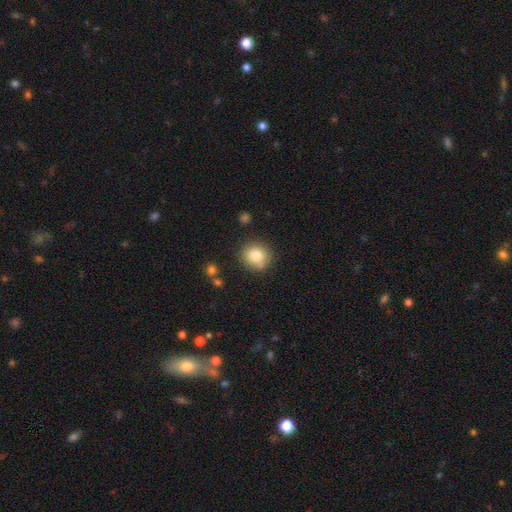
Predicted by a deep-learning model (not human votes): smooth_or_featured: smooth (p=0.80) [alt: star or artifact p=0.10]
how_rounded: round (p=0.90) [alt: in between p=0.09]
merging: none (p=0.84) [alt: minor disturbance p=0.10]